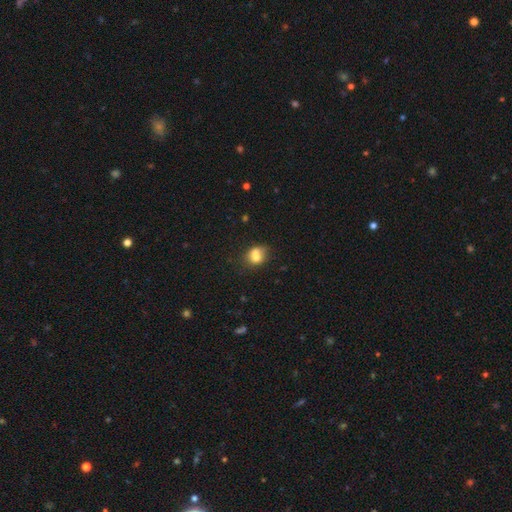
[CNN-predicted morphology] Smooth or featured? Predicted: smooth (p=0.70). How rounded? Predicted: round (p=0.60). Merging? Predicted: merger (p=0.48).